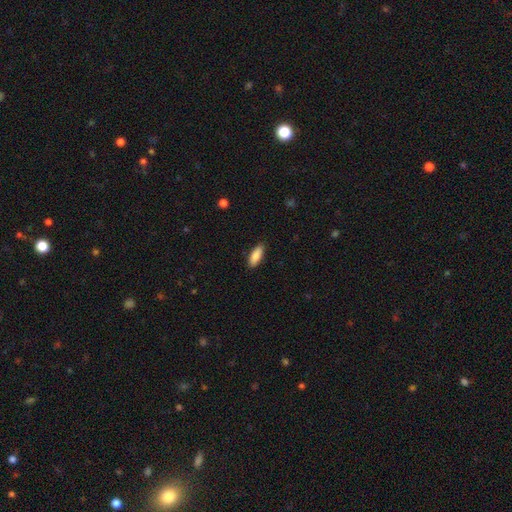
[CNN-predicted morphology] smooth_or_featured: smooth (p=0.86) [alt: featured or disk p=0.08]
how_rounded: in between (p=0.73) [alt: cigar-shaped p=0.26]
merging: none (p=0.87) [alt: minor disturbance p=0.10]